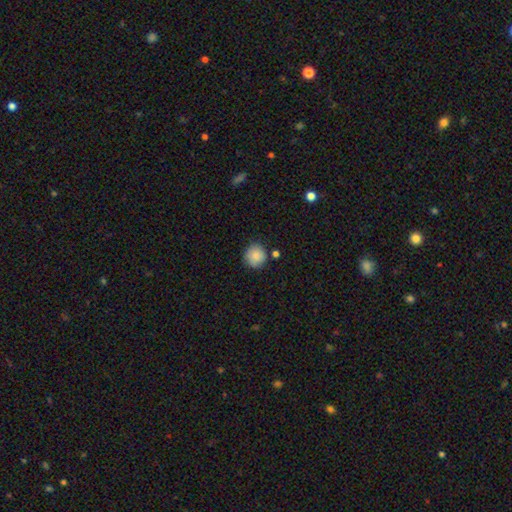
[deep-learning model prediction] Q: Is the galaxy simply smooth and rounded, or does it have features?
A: smooth — 85%.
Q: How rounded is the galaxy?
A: round — 91%.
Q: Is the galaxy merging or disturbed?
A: none — 78%.